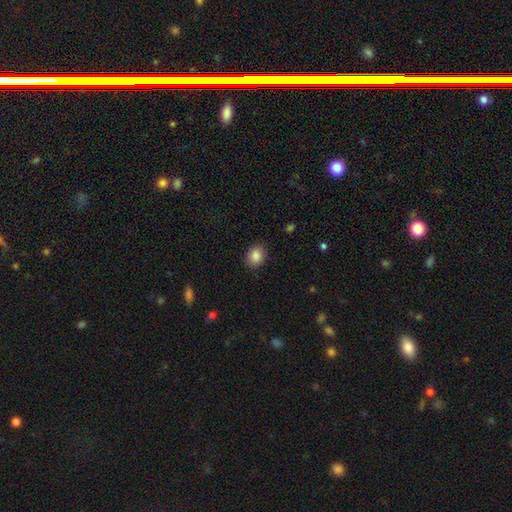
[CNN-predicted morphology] Overall: smooth (87%). How rounded: in between (53%; round 46%). Merging: none (86%).